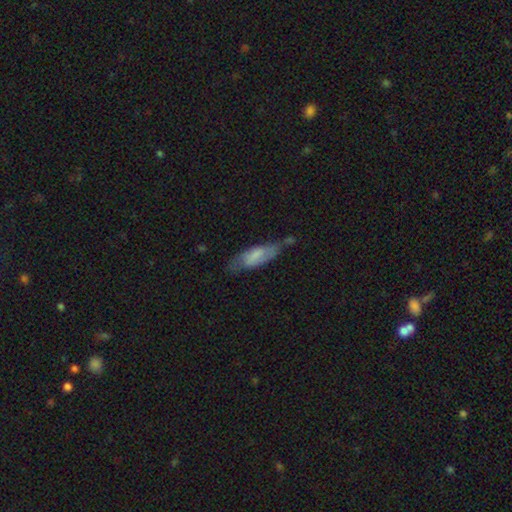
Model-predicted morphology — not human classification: smooth 62%, featured or disk 32%, star or artifact 7%. Down the decision tree: how rounded — in between (58%); merging — none (58%).